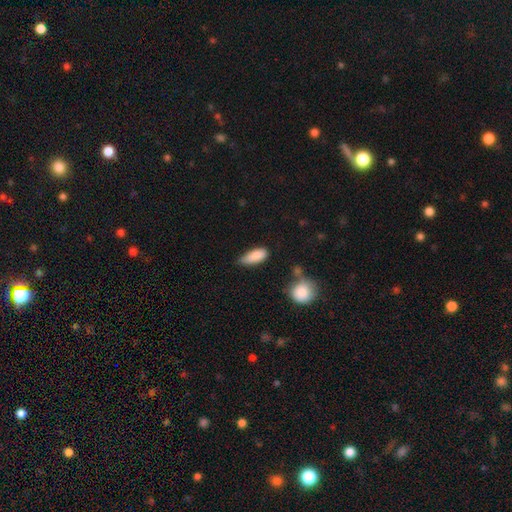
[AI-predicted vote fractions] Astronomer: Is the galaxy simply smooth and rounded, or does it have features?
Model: smooth — 85%.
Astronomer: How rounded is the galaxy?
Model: in between — 79%.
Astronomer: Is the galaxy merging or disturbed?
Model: none — 47% (runner-up: minor disturbance, 40%).